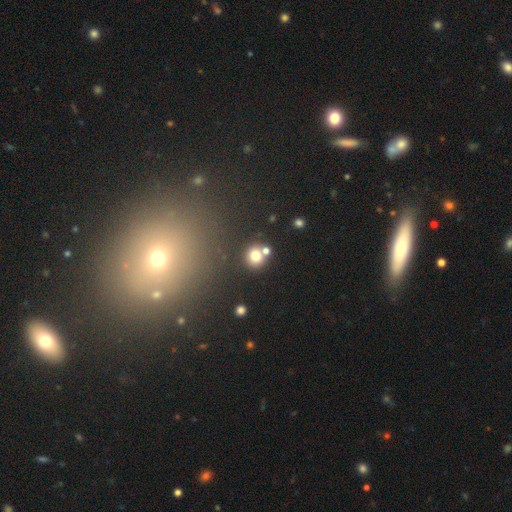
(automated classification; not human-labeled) Overall: smooth (76%). How rounded: round (87%). Merging: none (65%).